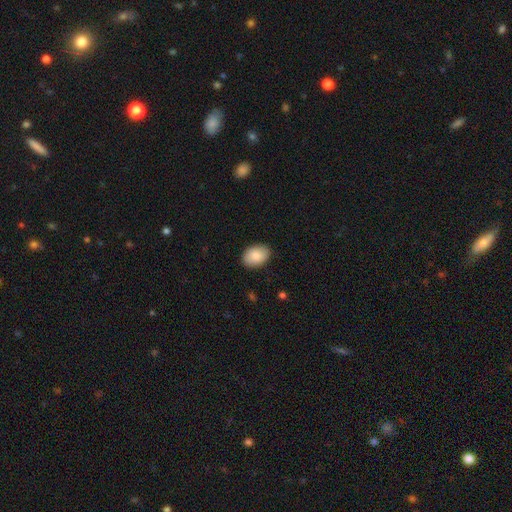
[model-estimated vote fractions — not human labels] smooth_or_featured: smooth (p=0.87) [alt: featured or disk p=0.06]
how_rounded: in between (p=0.84) [alt: round p=0.15]
merging: none (p=0.88) [alt: minor disturbance p=0.09]